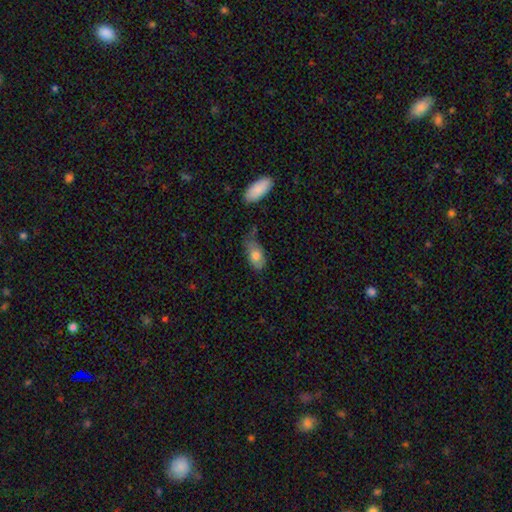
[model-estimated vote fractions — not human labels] smooth 74%, featured or disk 19%, star or artifact 7%. Down the decision tree: how rounded — in between (89%); merging — none (41%).